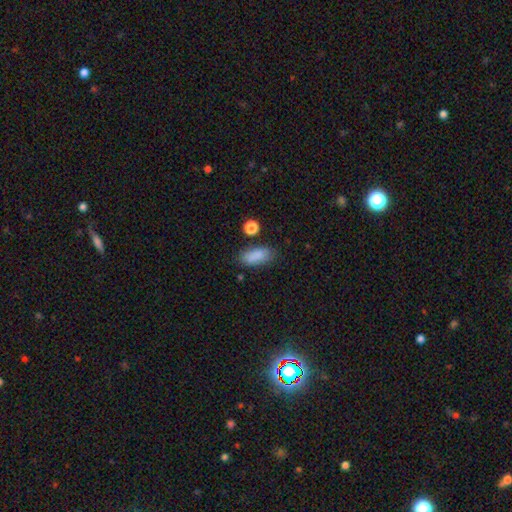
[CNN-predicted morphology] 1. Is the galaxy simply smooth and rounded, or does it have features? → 85% smooth, 8% star or artifact, 6% featured or disk.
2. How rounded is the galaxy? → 82% in between, 13% cigar-shaped, 4% round.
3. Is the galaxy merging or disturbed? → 74% none, 16% minor disturbance, 5% merger, 5% major disturbance.